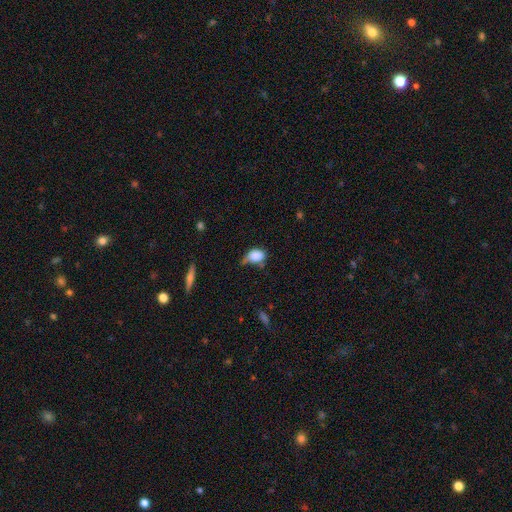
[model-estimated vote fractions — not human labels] The model was most divided on "merging": minor disturbance: 40%, none: 30%, major disturbance: 21%, merger: 8%. More confident: smooth or featured — smooth (82%); how rounded — in between (74%).